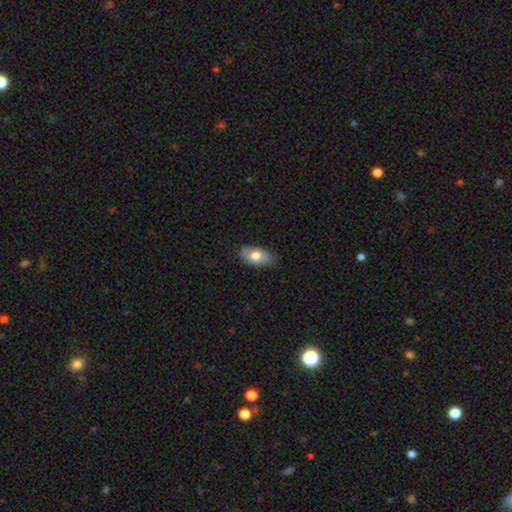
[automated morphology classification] This appears to be a smooth galaxy with no disk features (70%) that is in between round and cigar-shaped (92%). Merging: none (76%).